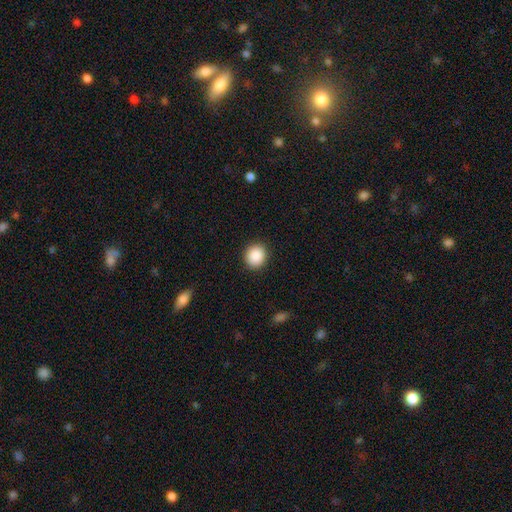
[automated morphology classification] A smooth galaxy with no disk features (89%) that is round (83%). Merging: none (91%).